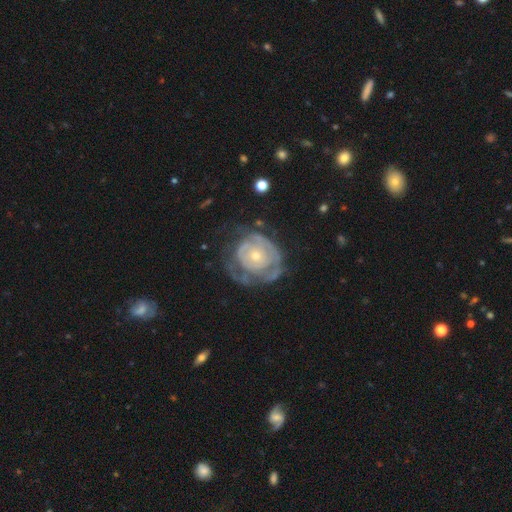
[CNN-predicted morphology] Overall: featured or disk (76%). Edge-on disk: no (97%). Bar: no (84%). Spiral arms: yes (70%; no 30%). Spiral arm count: can't tell (52%; 2 19%). Spiral winding: tight (73%). Bulge size: small (64%; moderate 32%). Merging: none (54%; minor disturbance 23%).